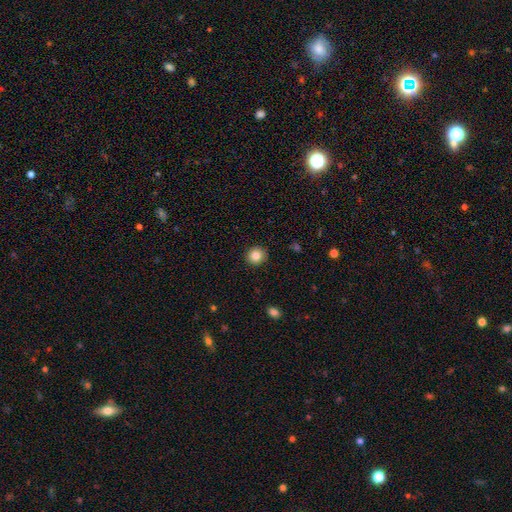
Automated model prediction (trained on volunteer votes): A smooth galaxy with no disk features (84%) that is round (90%).

Vote fractions:
- Smooth or featured? smooth: 84% / star or artifact: 10% / featured or disk: 6%
- How rounded? round: 90% / in between: 9% / cigar-shaped: 1%
- Merging? none: 91% / minor disturbance: 6% / major disturbance: 2% / merger: 1%